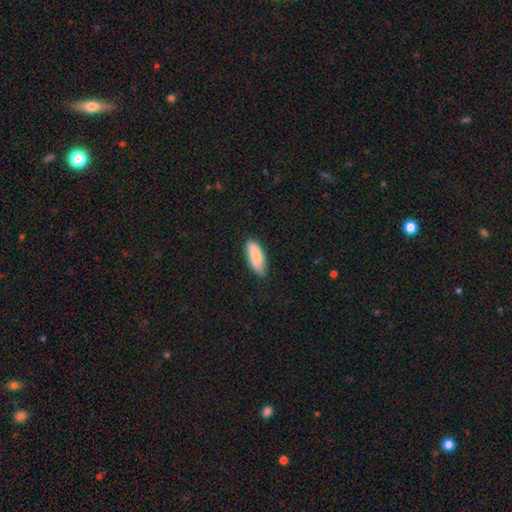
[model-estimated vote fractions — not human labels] Smooth or featured: smooth — 84% (featured or disk — 11%)
How rounded: in between — 69% (cigar-shaped — 30%)
Merging: none — 77% (minor disturbance — 19%)